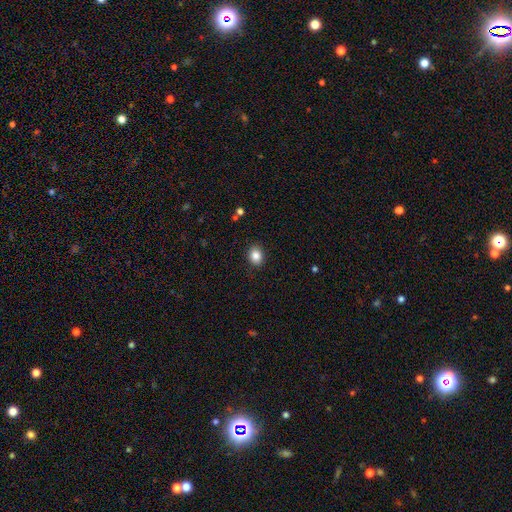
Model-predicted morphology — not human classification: This is clearly a smooth galaxy (86%). How rounded: possibly in between (50%). Merging: clearly none (88%).